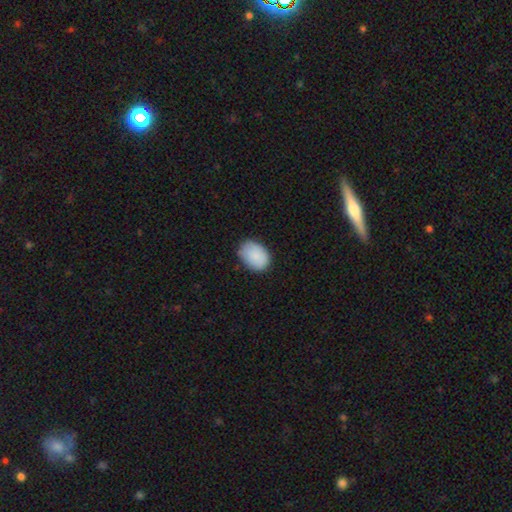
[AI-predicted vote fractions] Smooth or featured?
  - smooth: 88% *
  - star or artifact: 6%
  - featured or disk: 6%
How rounded?
  - in between: 77% *
  - round: 22%
  - cigar-shaped: 1%
Merging?
  - none: 78% *
  - minor disturbance: 18%
  - major disturbance: 3%
  - merger: 1%